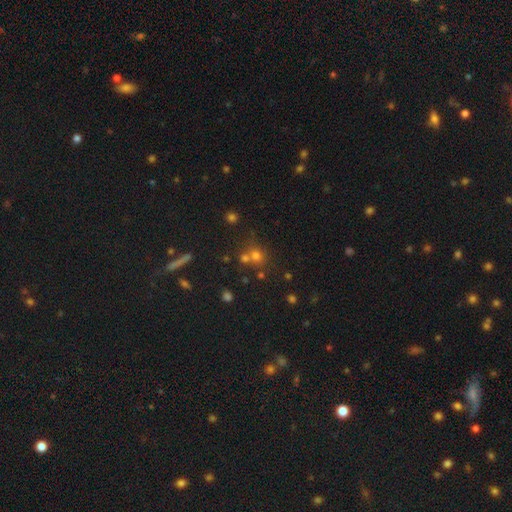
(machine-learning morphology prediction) This appears to be a smooth galaxy with no disk features (67%) that is round (85%). Merging: none (53%).